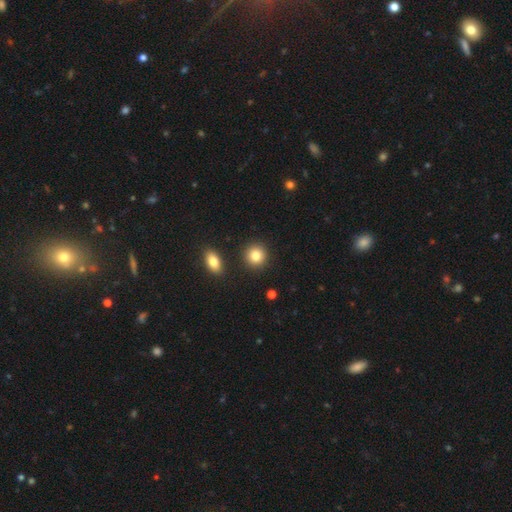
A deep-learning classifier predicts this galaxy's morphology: A smooth galaxy with no disk features (85%) that is round (88%).

Vote fractions:
- Smooth or featured? smooth: 85% / star or artifact: 9% / featured or disk: 7%
- How rounded? round: 88% / in between: 11% / cigar-shaped: 1%
- Merging? none: 88% / minor disturbance: 6% / merger: 3% / major disturbance: 2%